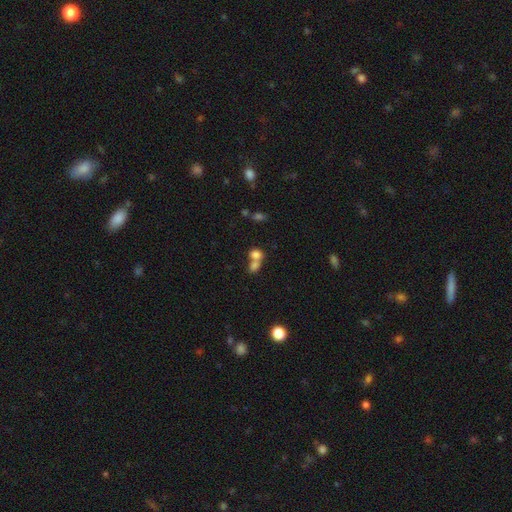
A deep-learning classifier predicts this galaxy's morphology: Q: Smooth or featured?
A: smooth (77%); runner-up: star or artifact (12%)
Q: How rounded?
A: in between (53%); runner-up: round (45%)
Q: Merging?
A: merger (64%); runner-up: none (26%)